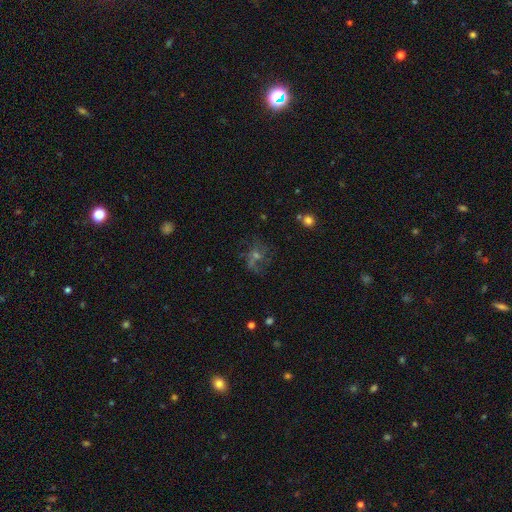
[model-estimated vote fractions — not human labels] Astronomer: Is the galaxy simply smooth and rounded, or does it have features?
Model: featured or disk — 46% (runner-up: star or artifact, 30%).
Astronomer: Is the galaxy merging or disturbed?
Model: none — 56%.